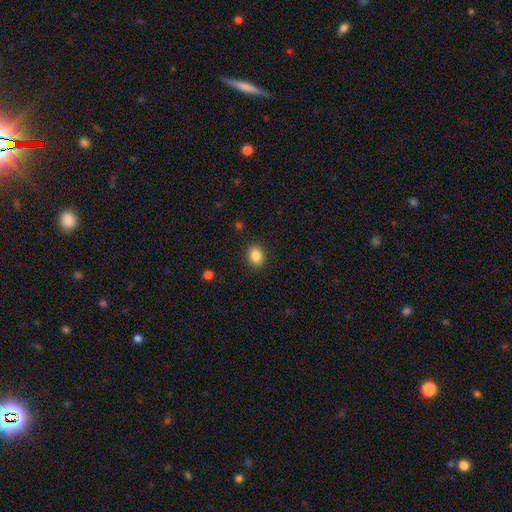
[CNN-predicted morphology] Smooth or featured? Predicted: smooth (p=0.86). How rounded? Predicted: in between (p=0.54). Merging? Predicted: none (p=0.89).